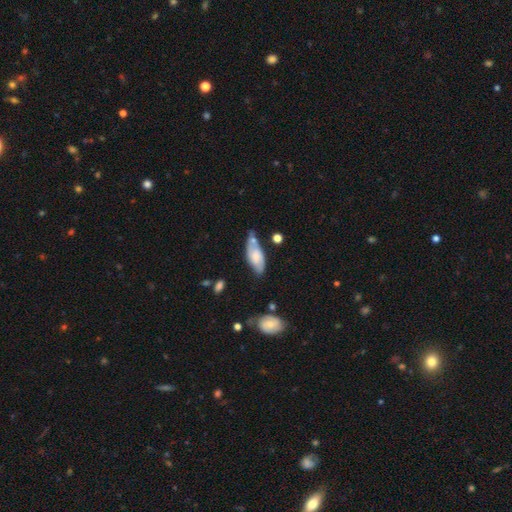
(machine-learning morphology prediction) Smooth or featured: smooth — 51% (featured or disk — 42%)
How rounded: in between — 77% (cigar-shaped — 20%)
Merging: none — 48% (minor disturbance — 29%)